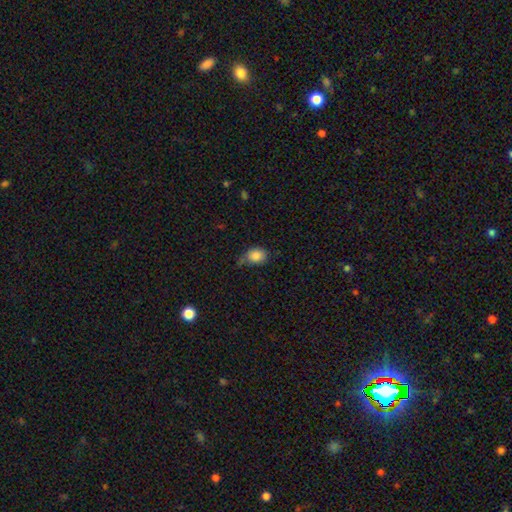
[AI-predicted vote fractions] Smooth or featured: smooth — 85% (star or artifact — 9%)
How rounded: in between — 57% (round — 41%)
Merging: none — 47% (minor disturbance — 37%)